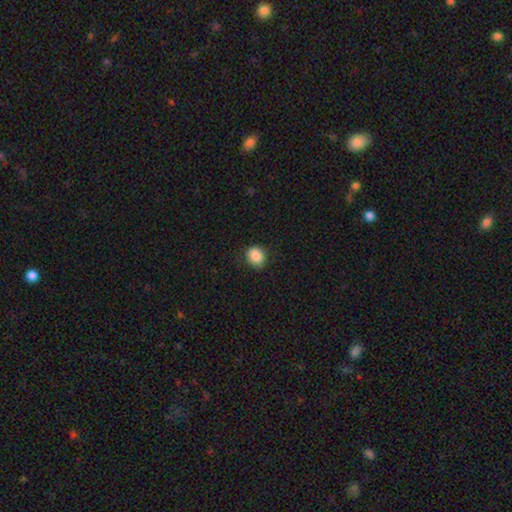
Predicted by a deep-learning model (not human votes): Overall: smooth (86%). How rounded: round (69%; in between 30%). Merging: none (85%).